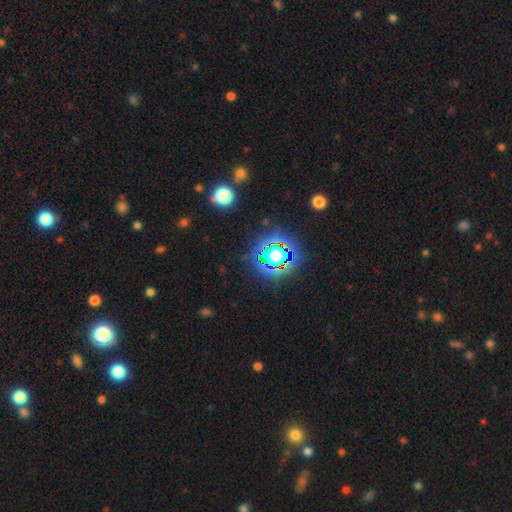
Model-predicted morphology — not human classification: smooth-or-featured: star or artifact: 80% | smooth: 13% | featured or disk: 7%